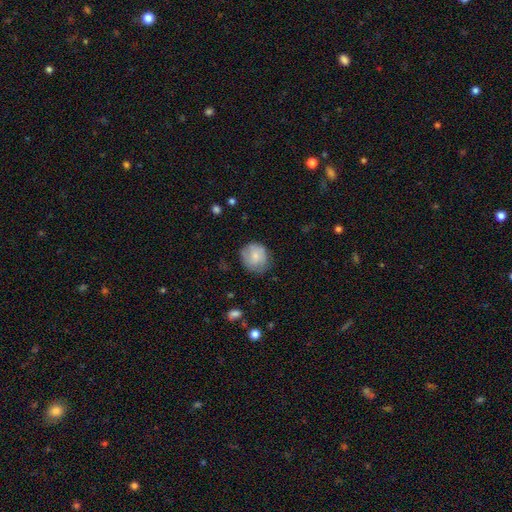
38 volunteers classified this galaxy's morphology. Smooth or featured: smooth — 71% (featured or disk — 24%)
How rounded: round — 89% (in between — 11%)
Merging: none — 64% (minor disturbance — 19%)